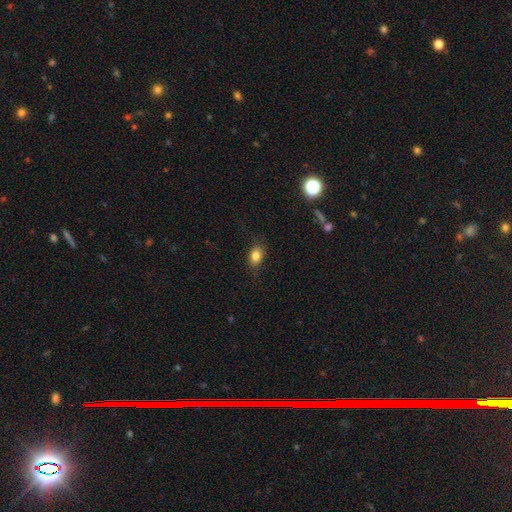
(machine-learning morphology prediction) The model was most divided on "how rounded": in between: 79%, round: 18%, cigar-shaped: 2%. More confident: smooth or featured — smooth (83%); merging — none (79%).